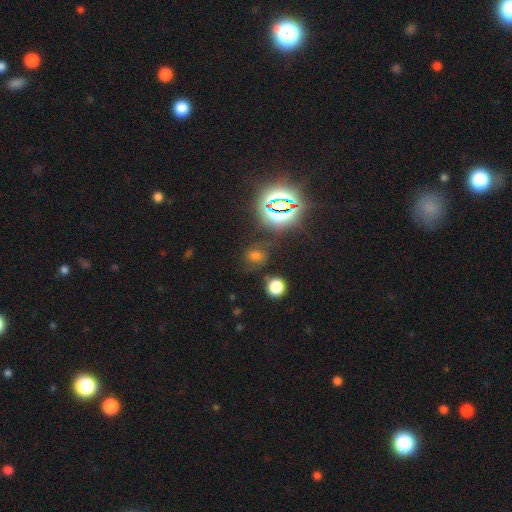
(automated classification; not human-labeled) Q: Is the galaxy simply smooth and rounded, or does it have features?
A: smooth — 55%.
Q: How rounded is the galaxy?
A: round — 52%.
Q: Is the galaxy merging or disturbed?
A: none — 71%.